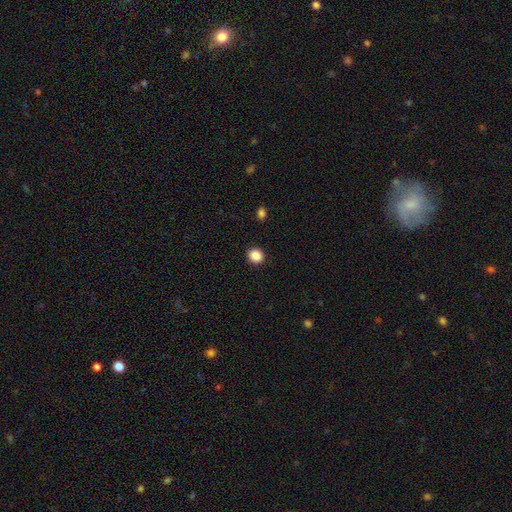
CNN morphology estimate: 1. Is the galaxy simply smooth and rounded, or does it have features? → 87% smooth, 10% star or artifact, 3% featured or disk.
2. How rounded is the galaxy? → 84% round, 15% in between, 1% cigar-shaped.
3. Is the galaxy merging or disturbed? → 92% none, 5% minor disturbance, 2% major disturbance, 1% merger.